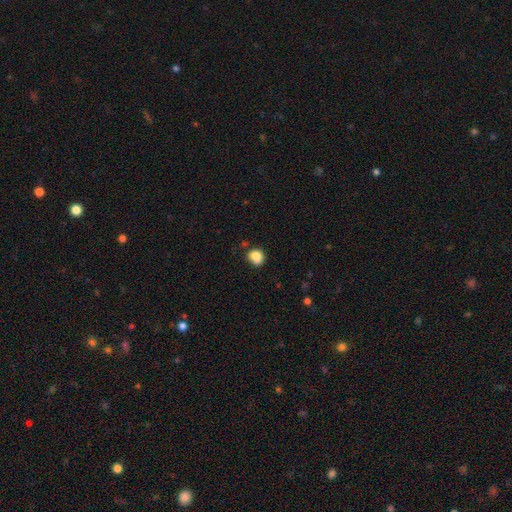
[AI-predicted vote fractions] Q: Smooth or featured?
A: smooth (86%); runner-up: star or artifact (10%)
Q: How rounded?
A: round (66%); runner-up: in between (33%)
Q: Merging?
A: none (66%); runner-up: minor disturbance (24%)